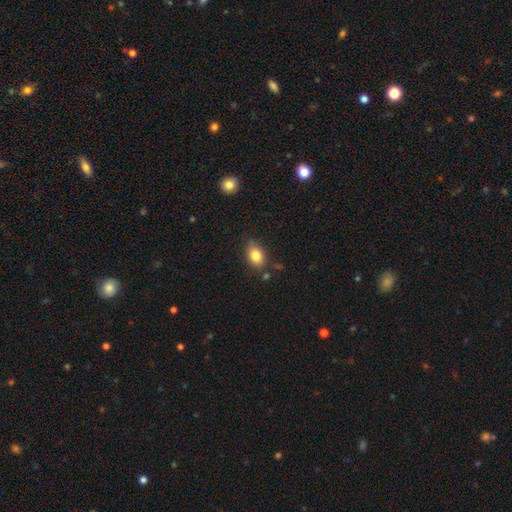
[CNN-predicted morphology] This appears to be a smooth galaxy with no disk features (82%) that is in between round and cigar-shaped (78%). Merging: none (77%).